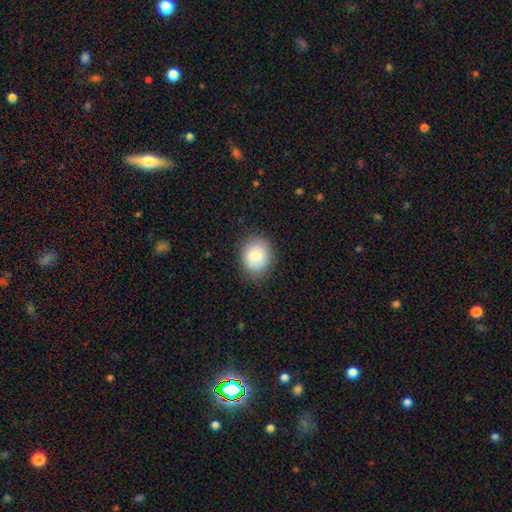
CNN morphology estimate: smooth_or_featured: smooth (p=0.77) [alt: featured or disk p=0.15]
how_rounded: round (p=0.71) [alt: in between p=0.28]
merging: none (p=0.83) [alt: minor disturbance p=0.12]